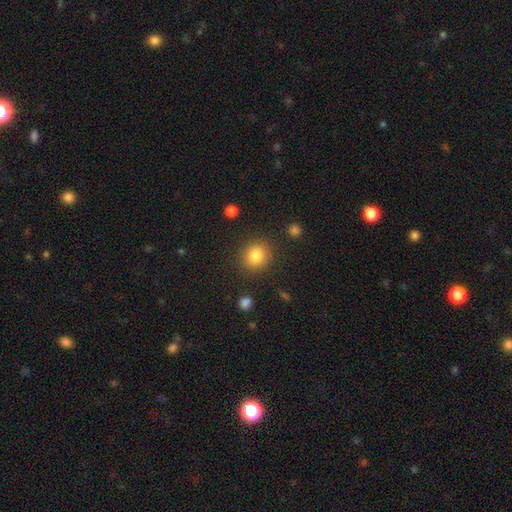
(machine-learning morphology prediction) Overall: smooth (83%). How rounded: round (84%). Merging: none (87%).